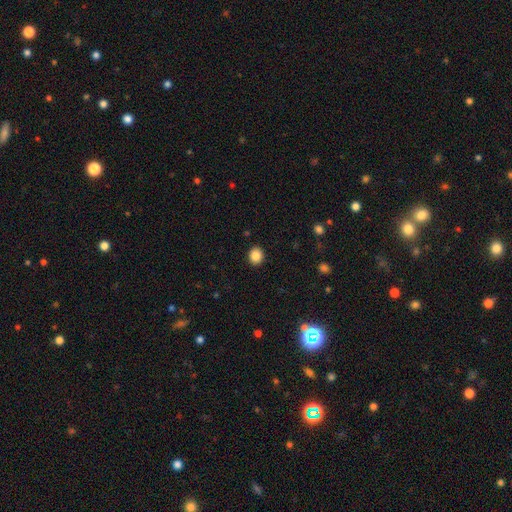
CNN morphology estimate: Smooth or featured? Predicted: smooth (p=0.86). How rounded? Predicted: round (p=0.76). Merging? Predicted: none (p=0.92).